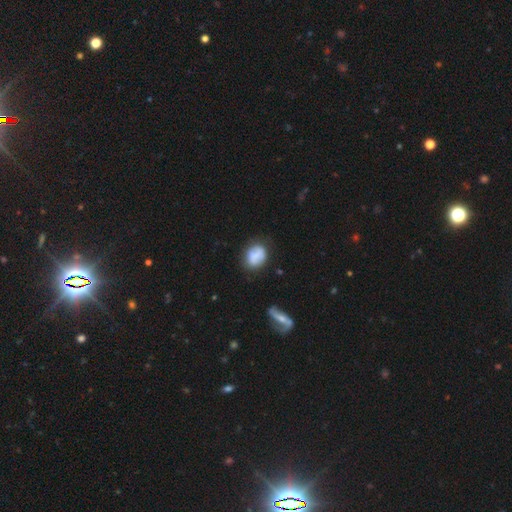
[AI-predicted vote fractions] A smooth galaxy with no disk features (70%) that is in between round and cigar-shaped (56%). Merging: none (63%).